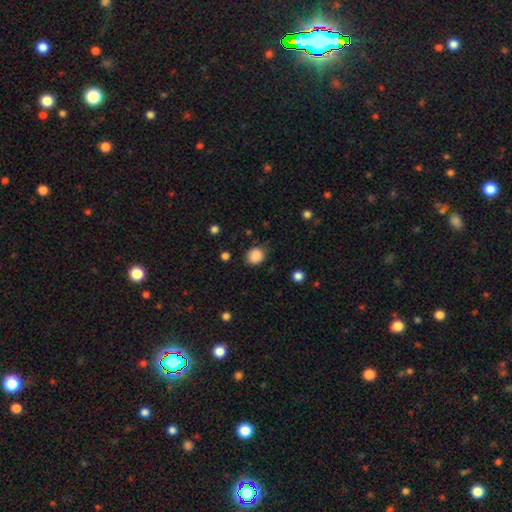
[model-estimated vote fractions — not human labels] A smooth galaxy with no disk features (87%) that is round (72%). Merging: none (81%).